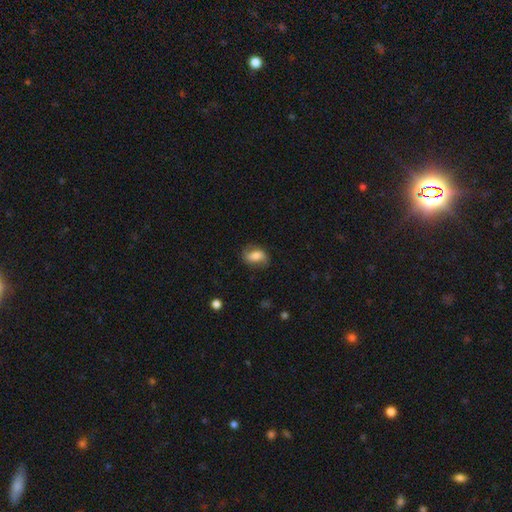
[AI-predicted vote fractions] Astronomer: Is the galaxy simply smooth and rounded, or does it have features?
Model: smooth — 60%.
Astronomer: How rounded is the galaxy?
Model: in between — 81%.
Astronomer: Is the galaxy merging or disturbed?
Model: none — 71%.